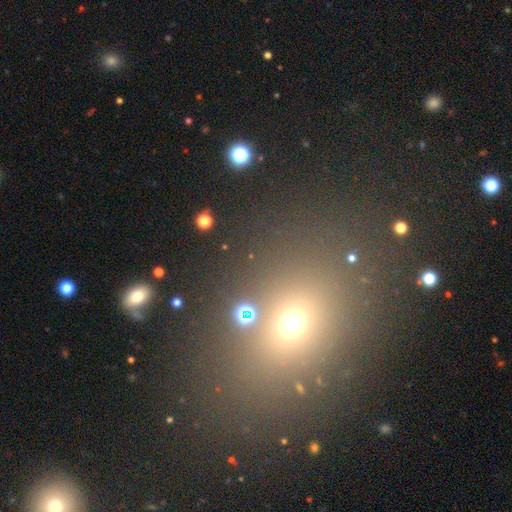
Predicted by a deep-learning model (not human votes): Overall: smooth (57%; star or artifact 33%). How rounded: in between (53%; round 46%). Merging: none (79%).